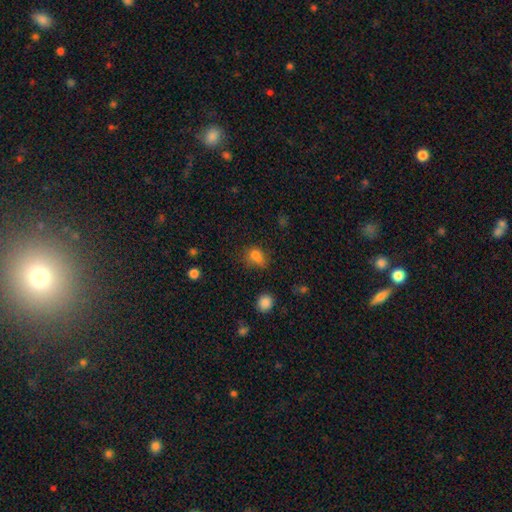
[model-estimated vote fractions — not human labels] Smooth or featured: smooth — 78% (star or artifact — 14%)
How rounded: in between — 51% (round — 48%)
Merging: none — 51% (minor disturbance — 28%)